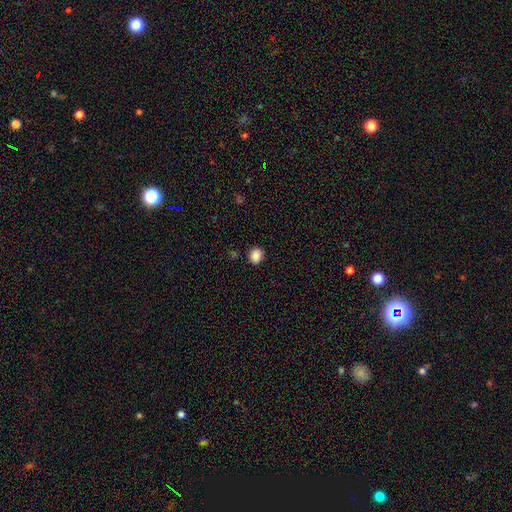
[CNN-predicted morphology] The model was most divided on "how rounded": round: 73%, in between: 26%, cigar-shaped: 1%. More confident: merging — none (88%); smooth or featured — smooth (87%).